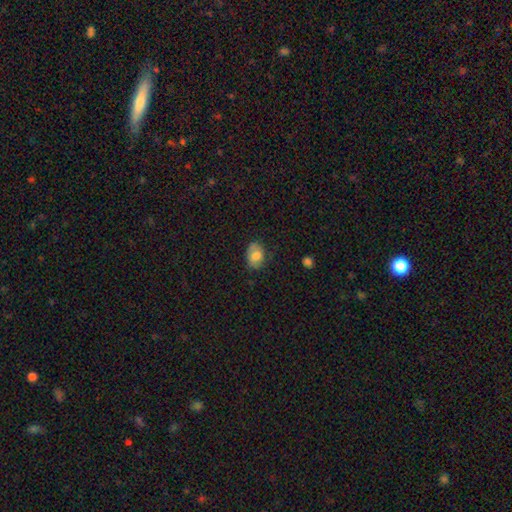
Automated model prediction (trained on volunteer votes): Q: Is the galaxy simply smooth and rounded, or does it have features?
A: smooth — 75%.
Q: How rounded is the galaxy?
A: in between — 71%.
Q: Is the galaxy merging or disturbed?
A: none — 66%.